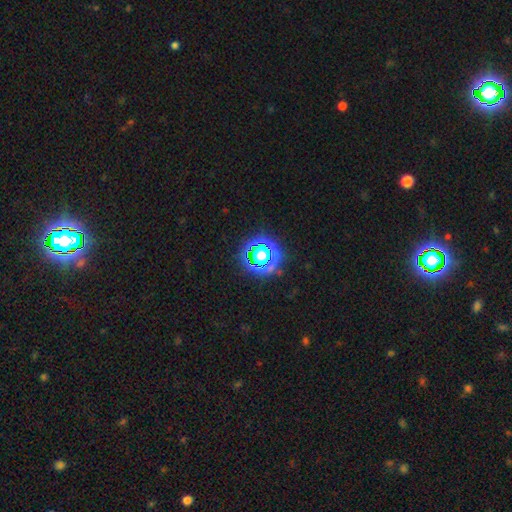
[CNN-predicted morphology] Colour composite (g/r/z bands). It shows a star or artifact, not a galaxy (60%).